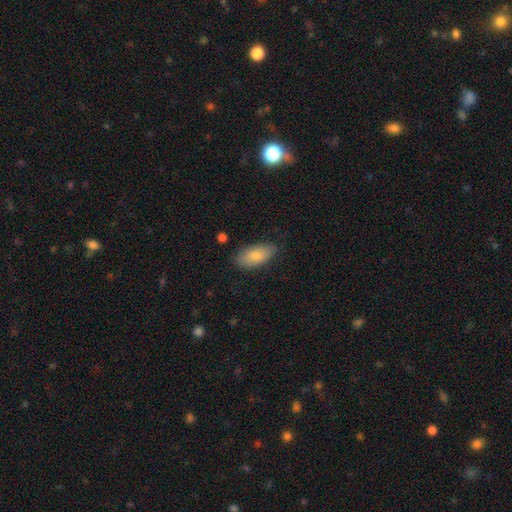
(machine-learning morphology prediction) type=smooth (82%); roundness=in between (91%); merging=none (79%).